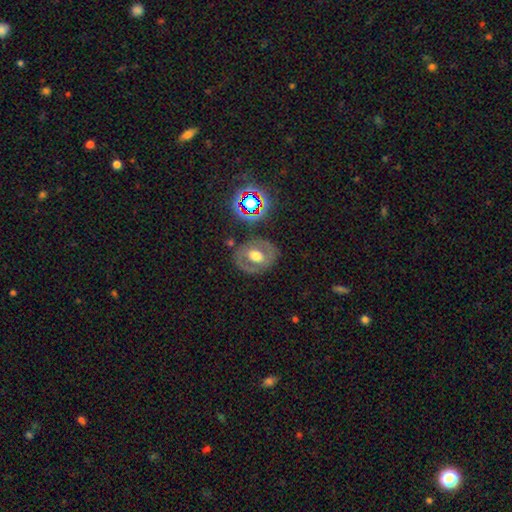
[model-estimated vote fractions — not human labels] A featured or disk galaxy (51%). Merging: none (77%).